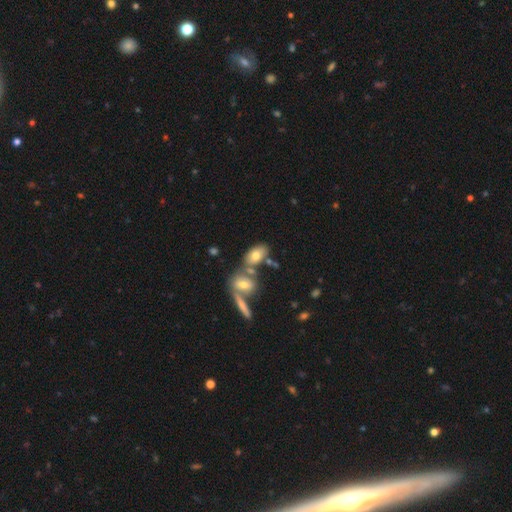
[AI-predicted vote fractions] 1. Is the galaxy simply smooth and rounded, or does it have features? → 69% smooth, 23% featured or disk, 8% star or artifact.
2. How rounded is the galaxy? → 88% in between, 7% round, 5% cigar-shaped.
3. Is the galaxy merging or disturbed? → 45% none, 38% merger, 12% minor disturbance, 5% major disturbance.